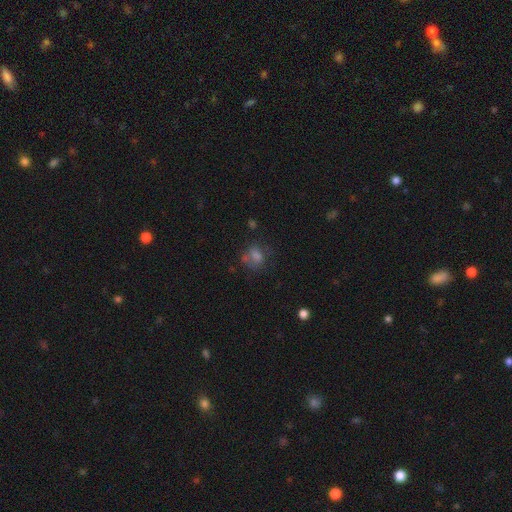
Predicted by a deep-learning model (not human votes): This is possibly a smooth galaxy (55%). How rounded: possibly round (56%). Merging: possibly none (52%).